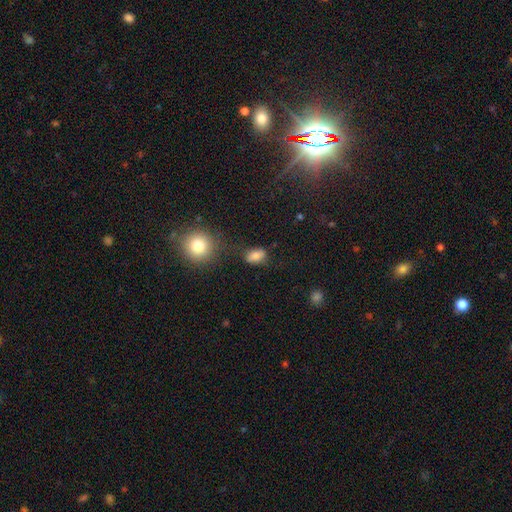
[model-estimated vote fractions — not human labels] Smooth or featured? smooth (80%)
How rounded? in between (82%)
Merging? none (66%)